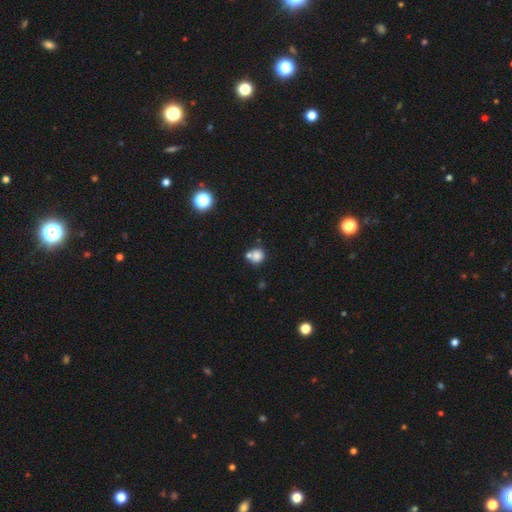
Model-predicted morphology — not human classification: A smooth galaxy with no disk features (79%) that is round (84%). Merging: none (51%).